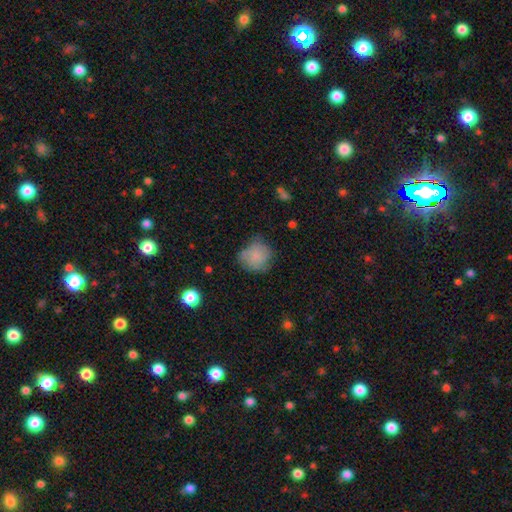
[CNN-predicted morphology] Smooth or featured?
  - smooth: 74% *
  - featured or disk: 18%
  - star or artifact: 9%
How rounded?
  - round: 81% *
  - in between: 18%
  - cigar-shaped: 1%
Merging?
  - none: 57% *
  - minor disturbance: 30%
  - major disturbance: 10%
  - merger: 3%